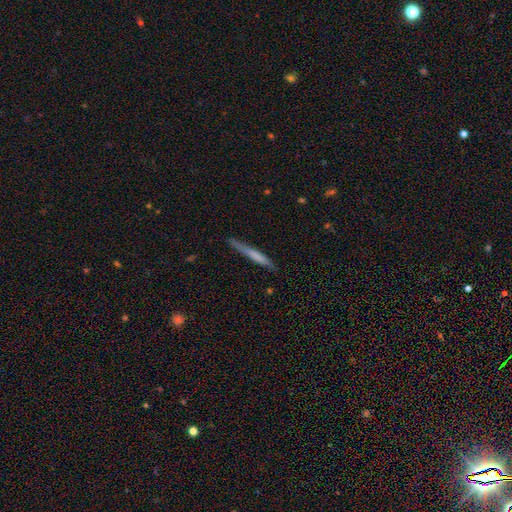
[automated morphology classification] smooth-or-featured: smooth: 58% | featured or disk: 36% | star or artifact: 6%
  how-rounded: cigar-shaped: 96% | in between: 3% | round: 1%
  merging: none: 81% | minor disturbance: 15% | major disturbance: 3% | merger: 2%